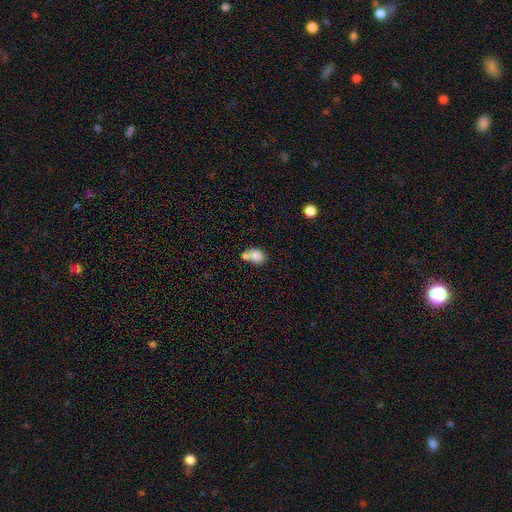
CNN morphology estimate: Smooth or featured? Predicted: smooth (p=0.80). How rounded? Predicted: round (p=0.61). Merging? Predicted: merger (p=0.50).